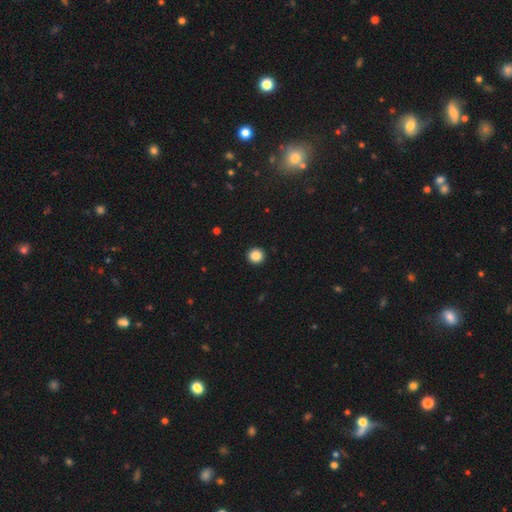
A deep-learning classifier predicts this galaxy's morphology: Smooth or featured: smooth — 86% (star or artifact — 10%)
How rounded: round — 95% (in between — 4%)
Merging: none — 94% (minor disturbance — 4%)